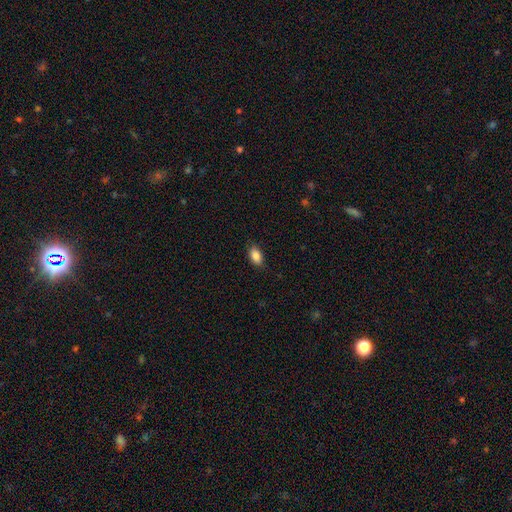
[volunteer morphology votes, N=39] smooth 92%, star or artifact 5%, featured or disk 3%. Down the decision tree: how rounded — in between (92%); merging — none (92%).